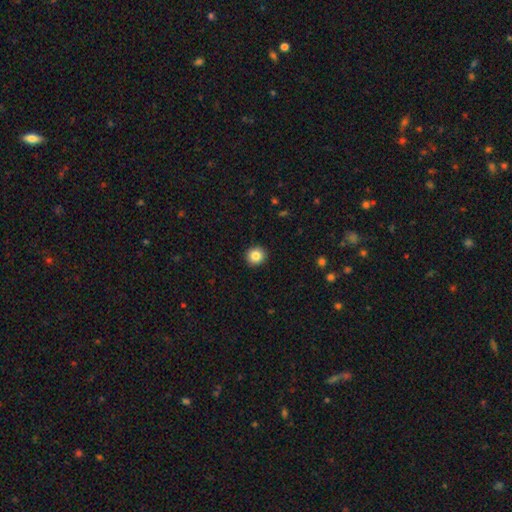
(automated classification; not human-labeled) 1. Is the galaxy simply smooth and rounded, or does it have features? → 85% smooth, 10% star or artifact, 5% featured or disk.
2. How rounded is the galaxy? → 93% round, 7% in between, 1% cigar-shaped.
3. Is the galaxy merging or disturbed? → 93% none, 5% minor disturbance, 1% major disturbance, 1% merger.